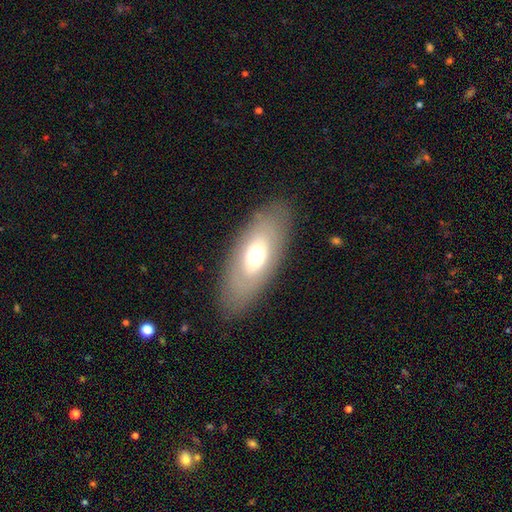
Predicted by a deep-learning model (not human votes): Morphology: type=smooth (56%); roundness=in between (87%); merging=none (84%).